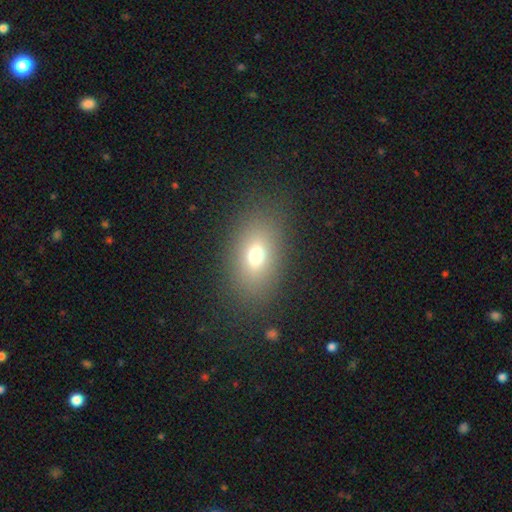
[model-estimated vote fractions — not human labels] Smooth or featured? Predicted: smooth (p=0.68). How rounded? Predicted: in between (p=0.78). Merging? Predicted: none (p=0.83).